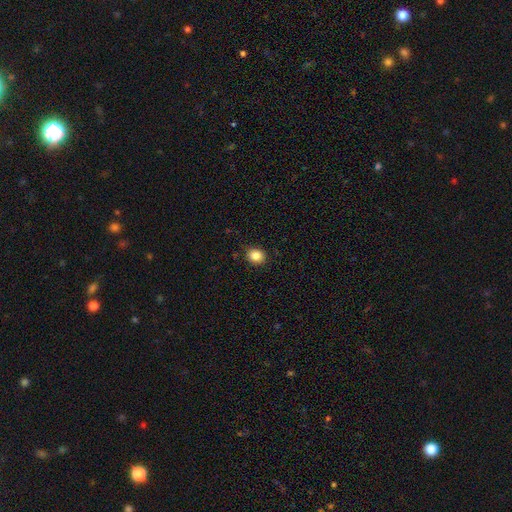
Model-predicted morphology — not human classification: Smooth or featured?
  - smooth: 85% *
  - star or artifact: 10%
  - featured or disk: 5%
How rounded?
  - round: 69% *
  - in between: 31%
  - cigar-shaped: 1%
Merging?
  - none: 89% *
  - minor disturbance: 8%
  - major disturbance: 2%
  - merger: 1%